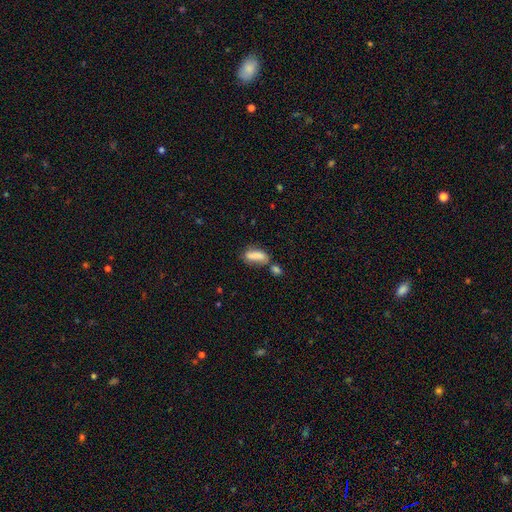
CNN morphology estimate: smooth-or-featured: smooth: 74% | featured or disk: 17% | star or artifact: 9%
  how-rounded: in between: 68% | cigar-shaped: 29% | round: 4%
  merging: none: 40% | merger: 30% | minor disturbance: 20% | major disturbance: 10%